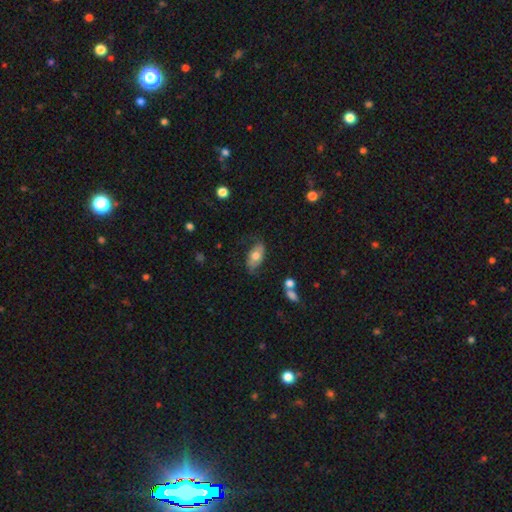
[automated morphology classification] Overall: smooth (63%; featured or disk 30%). How rounded: in between (91%). Merging: none (68%).